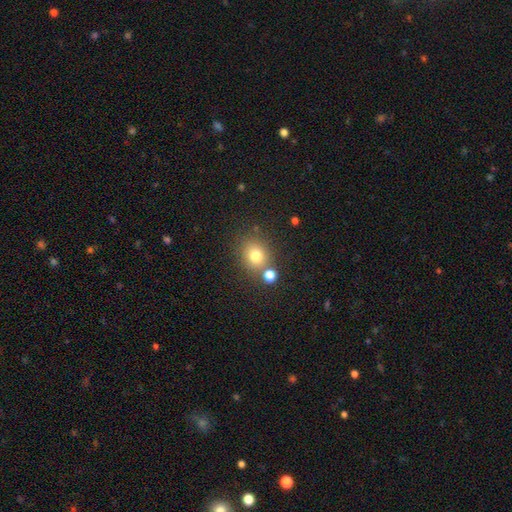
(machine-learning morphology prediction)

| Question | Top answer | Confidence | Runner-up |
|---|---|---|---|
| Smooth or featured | smooth | 77% | star or artifact (14%) |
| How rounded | round | 75% | in between (24%) |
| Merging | none | 70% | merger (16%) |